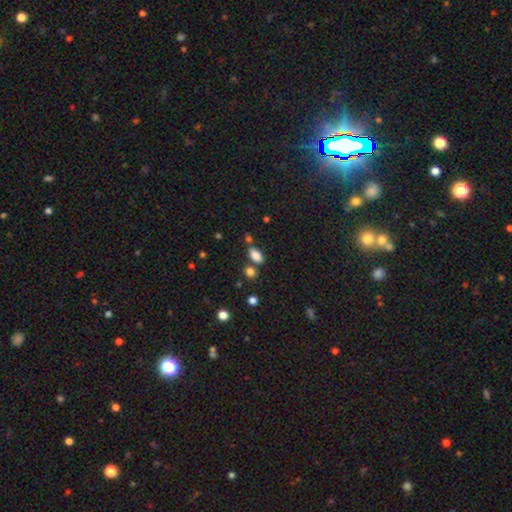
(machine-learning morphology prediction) smooth_or_featured: smooth (p=0.84) [alt: star or artifact p=0.11]
how_rounded: in between (p=0.90) [alt: round p=0.06]
merging: none (p=0.65) [alt: merger p=0.17]